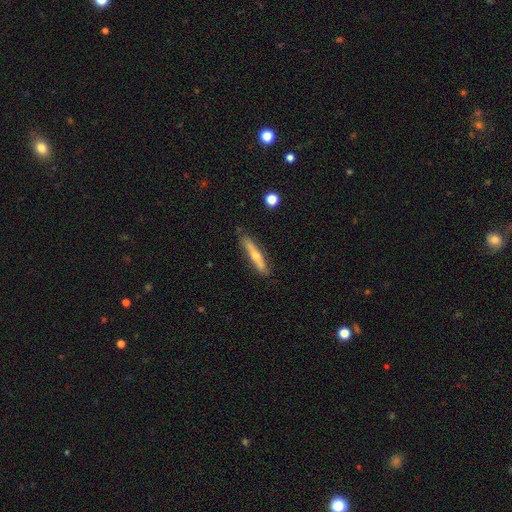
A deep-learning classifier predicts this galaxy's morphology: This is possibly a featured or disk galaxy (55%). It is clearly viewed edge-on (89%). Merging: clearly none (82%).